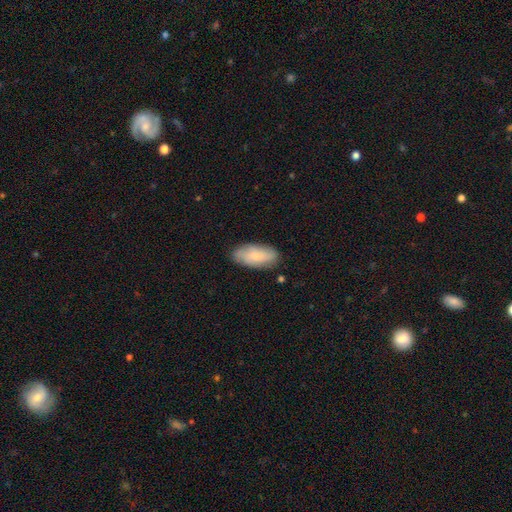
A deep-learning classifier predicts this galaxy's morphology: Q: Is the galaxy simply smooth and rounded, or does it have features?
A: smooth — 70%.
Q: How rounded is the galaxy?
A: in between — 89%.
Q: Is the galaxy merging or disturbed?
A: none — 82%.